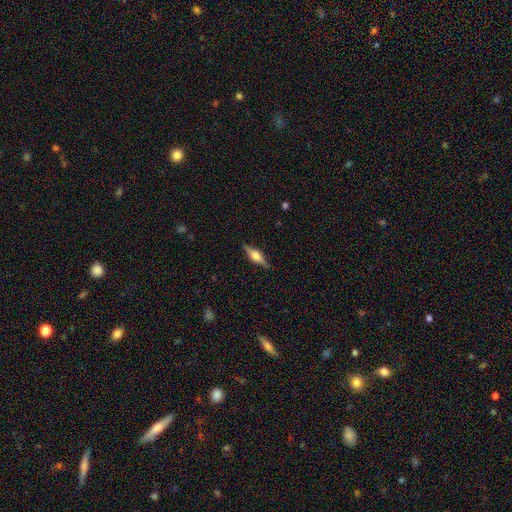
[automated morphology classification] Q: Smooth or featured?
A: featured or disk (69%); runner-up: smooth (25%)
Q: Edge-on disk?
A: yes (97%); runner-up: no (3%)
Q: Edge-on bulge?
A: rounded (89%); runner-up: boxy (9%)
Q: Merging?
A: none (88%); runner-up: minor disturbance (9%)